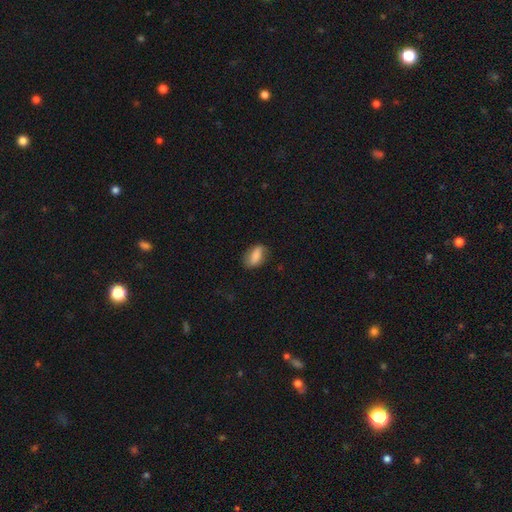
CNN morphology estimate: This appears to be a smooth galaxy with no disk features (71%) that is in between round and cigar-shaped (85%). Merging: none (74%).